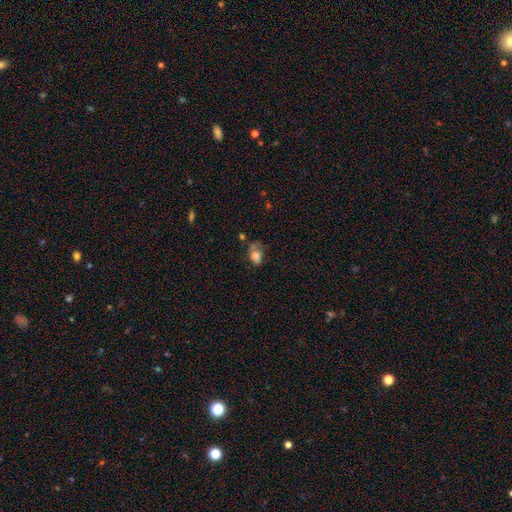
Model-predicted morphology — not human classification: smooth 72%, featured or disk 17%, star or artifact 11%. Down the decision tree: how rounded — in between (75%); merging — major disturbance (32%).